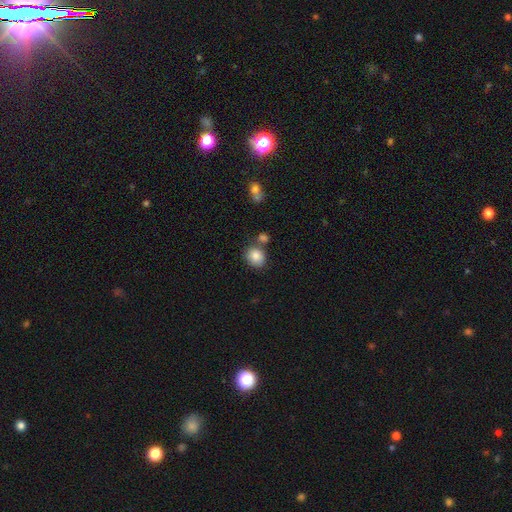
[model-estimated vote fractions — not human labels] smooth_or_featured: smooth (p=0.85) [alt: star or artifact p=0.09]
how_rounded: round (p=0.70) [alt: in between p=0.29]
merging: none (p=0.66) [alt: merger p=0.18]